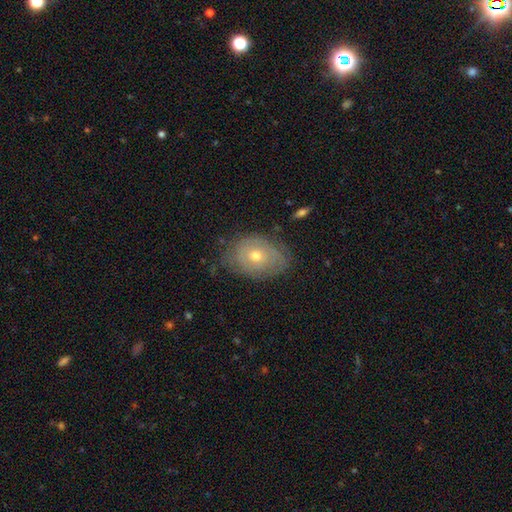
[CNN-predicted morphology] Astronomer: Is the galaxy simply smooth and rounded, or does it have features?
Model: featured or disk — 55% (runner-up: smooth, 35%).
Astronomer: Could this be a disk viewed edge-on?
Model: no — 93%.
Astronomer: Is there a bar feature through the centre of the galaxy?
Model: no — 84%.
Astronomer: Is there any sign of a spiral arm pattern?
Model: yes — 63%.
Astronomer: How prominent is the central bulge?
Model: moderate — 58% (runner-up: small, 39%).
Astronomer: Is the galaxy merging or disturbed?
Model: none — 70%.